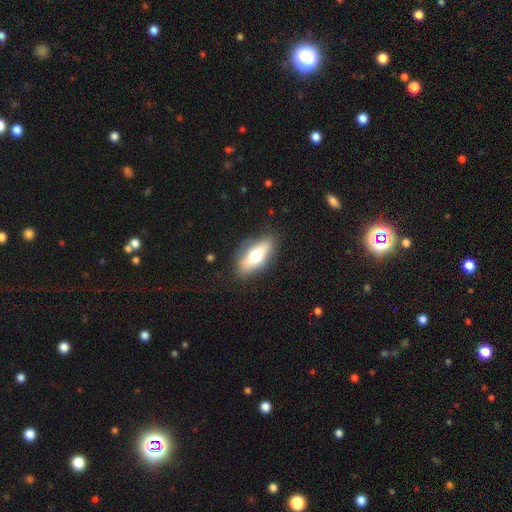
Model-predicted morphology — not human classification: type=smooth (58%); roundness=in between (74%); merging=none (81%).